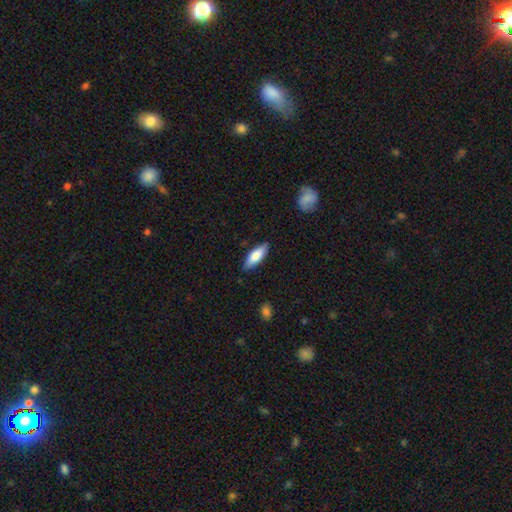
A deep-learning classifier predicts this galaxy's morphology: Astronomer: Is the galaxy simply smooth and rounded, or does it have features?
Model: smooth — 79%.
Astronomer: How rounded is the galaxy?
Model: in between — 62%.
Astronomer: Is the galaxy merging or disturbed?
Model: none — 86%.